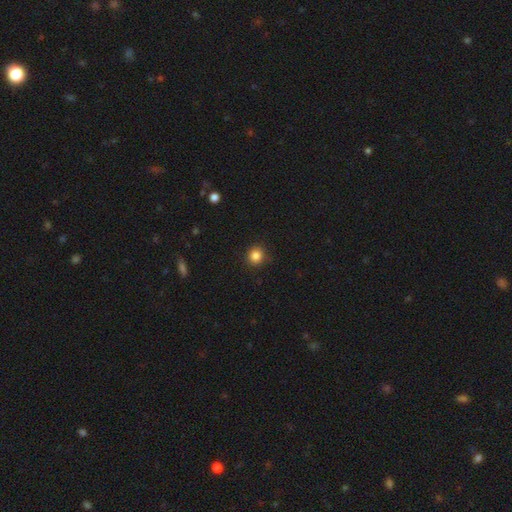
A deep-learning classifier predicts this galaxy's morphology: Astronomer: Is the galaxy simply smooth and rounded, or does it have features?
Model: smooth — 85%.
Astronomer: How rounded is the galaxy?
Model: round — 91%.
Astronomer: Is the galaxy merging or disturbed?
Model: none — 89%.